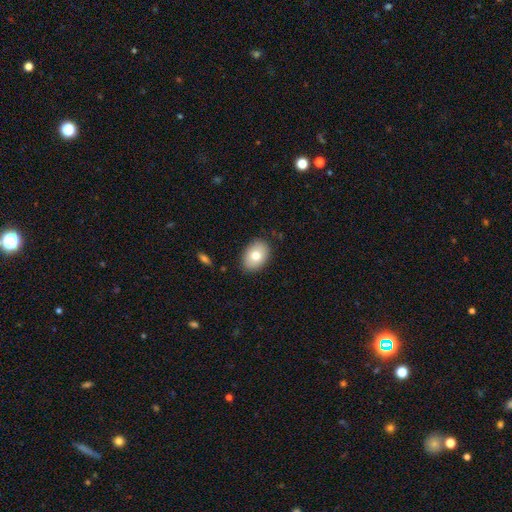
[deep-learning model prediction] smooth 77%, featured or disk 16%, star or artifact 8%. Down the decision tree: how rounded — in between (80%); merging — none (86%).